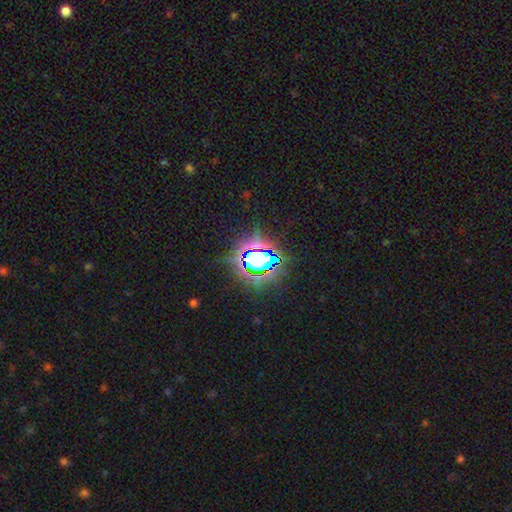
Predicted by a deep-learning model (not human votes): Q: Smooth or featured?
A: star or artifact (70%); runner-up: smooth (18%)